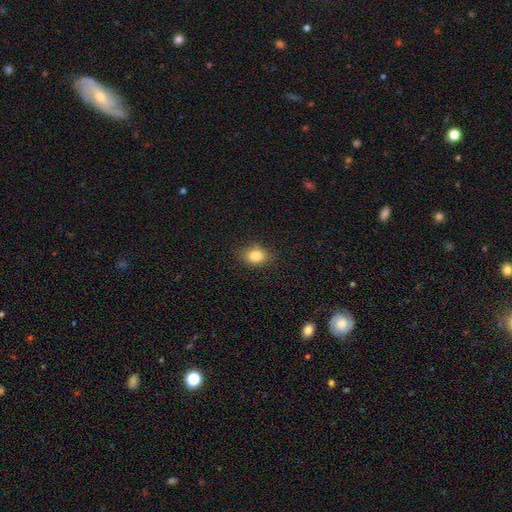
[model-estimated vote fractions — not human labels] Morphology: type=smooth (82%); roundness=in between (59%); merging=none (84%).